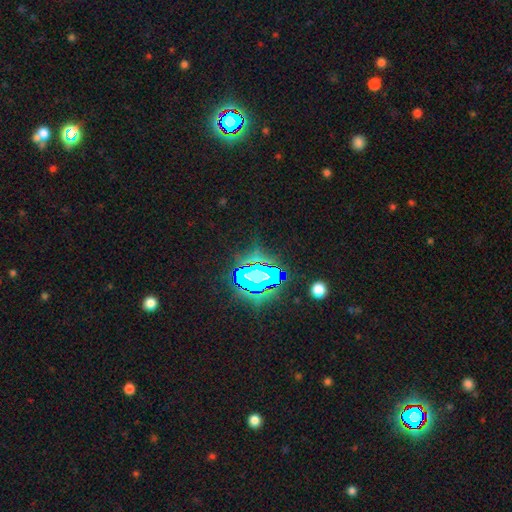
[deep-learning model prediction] smooth_or_featured: star or artifact (p=0.73) [alt: smooth p=0.15]